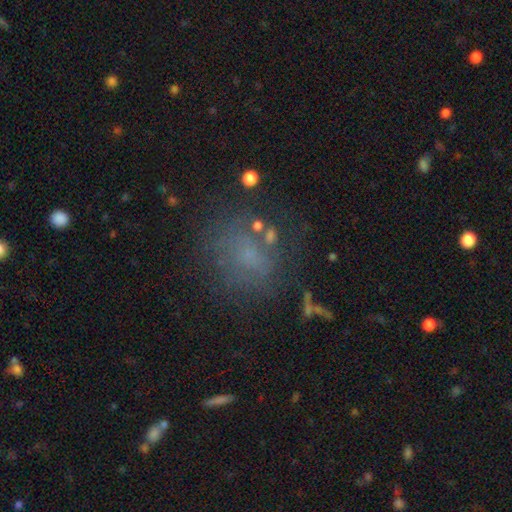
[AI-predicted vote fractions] Overall: smooth (54%; star or artifact 26%). How rounded: round (57%; in between 41%). Merging: none (68%).